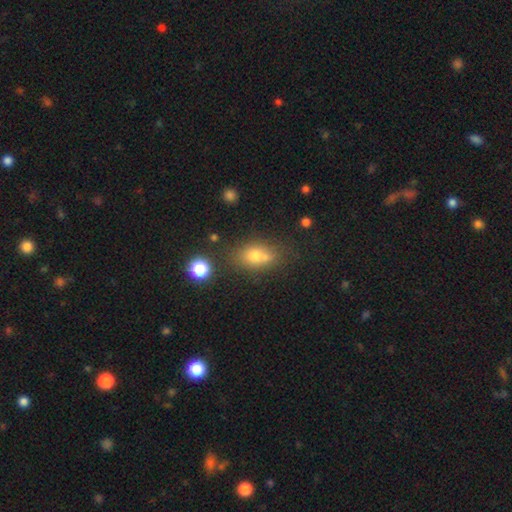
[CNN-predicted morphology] The model was most divided on "merging": none: 50%, merger: 29%, minor disturbance: 15%, major disturbance: 6%. More confident: smooth or featured — smooth (70%); how rounded — in between (66%).